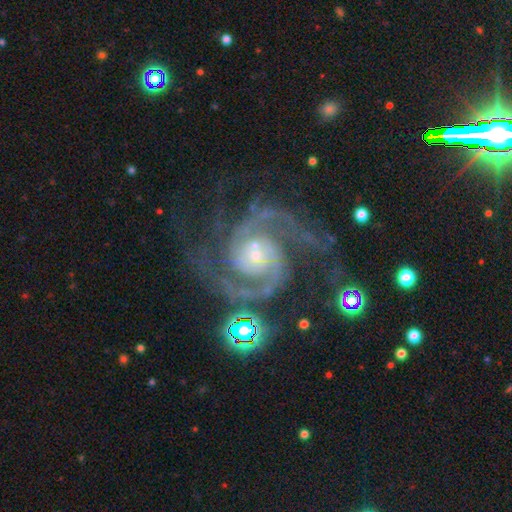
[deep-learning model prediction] smooth-or-featured: featured or disk: 91% | star or artifact: 6% | smooth: 3%
  disk-edge-on: no: 98% | yes: 2%
    bar: no: 68% | weak: 24% | strong: 7%
    has-spiral-arms: yes: 99% | no: 1%
      spiral-winding: medium: 53% | tight: 34% | loose: 13%
      spiral-arm-count: 2: 79% | 3: 8% | can't tell: 4% | 4: 3% | 1: 3% | more than 4: 3%
    bulge-size: small: 63% | moderate: 28% | none: 4% | large: 4% | dominant: 1%
  merging: none: 63% | minor disturbance: 16% | major disturbance: 15% | merger: 6%